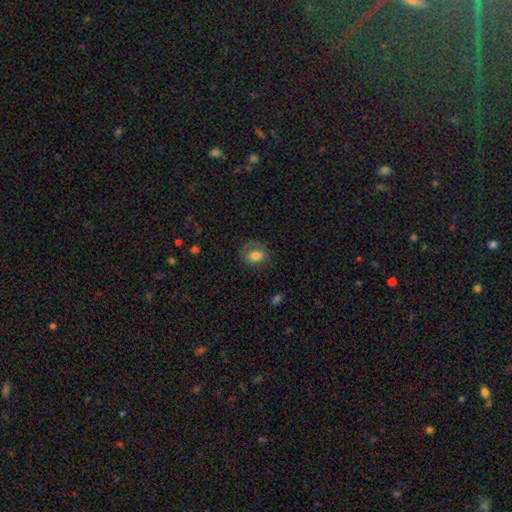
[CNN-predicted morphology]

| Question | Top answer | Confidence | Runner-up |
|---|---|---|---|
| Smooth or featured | smooth | 65% | featured or disk (26%) |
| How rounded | in between | 61% | round (38%) |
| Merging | none | 60% | minor disturbance (21%) |